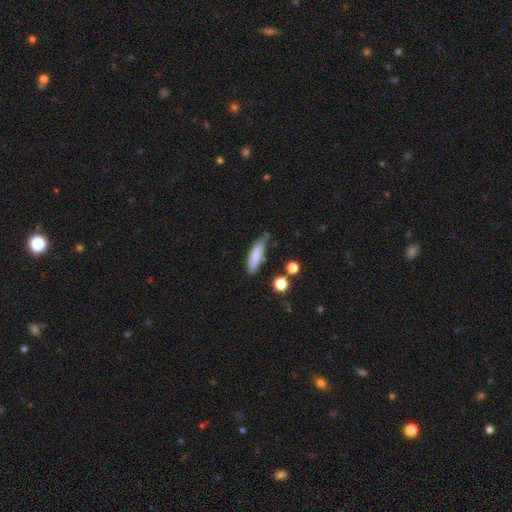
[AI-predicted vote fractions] This appears to be a smooth galaxy with no disk features (82%) that is cigar-shaped (70%). Merging: none (69%).